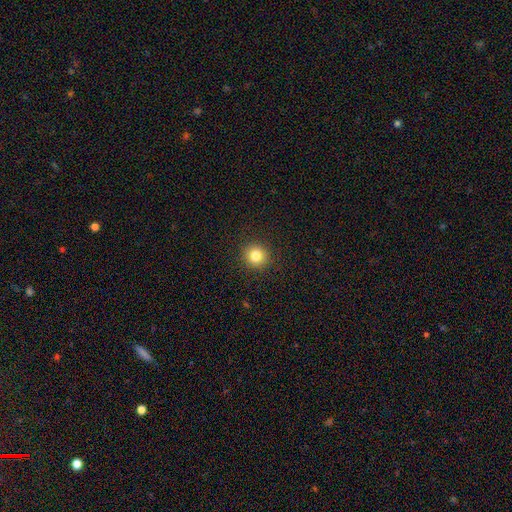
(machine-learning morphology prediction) A smooth galaxy with no disk features (82%) that is round (94%).

Vote fractions:
- Smooth or featured? smooth: 82% / star or artifact: 12% / featured or disk: 6%
- How rounded? round: 94% / in between: 6% / cigar-shaped: 1%
- Merging? none: 92% / minor disturbance: 5% / major disturbance: 2% / merger: 1%